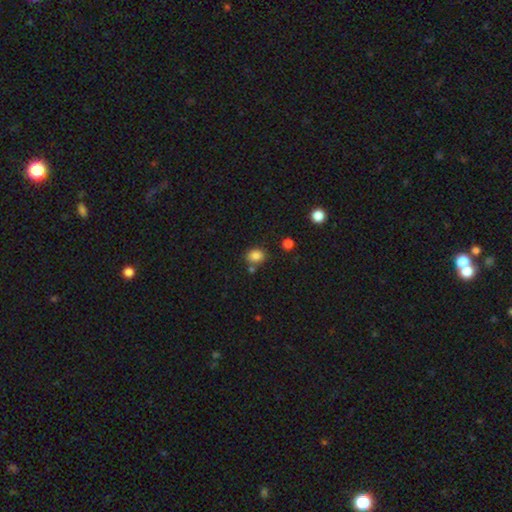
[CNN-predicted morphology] Smooth or featured? smooth (84%)
How rounded? in between (50%)
Merging? none (71%)